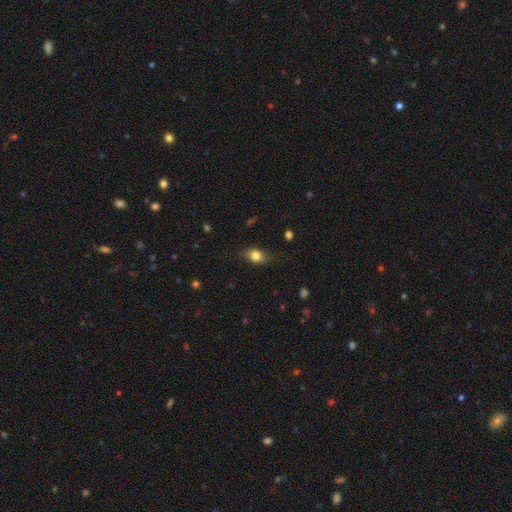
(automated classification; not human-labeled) smooth-or-featured: smooth: 79% | featured or disk: 12% | star or artifact: 9%
  how-rounded: in between: 73% | round: 24% | cigar-shaped: 3%
  merging: none: 75% | minor disturbance: 19% | major disturbance: 5% | merger: 1%